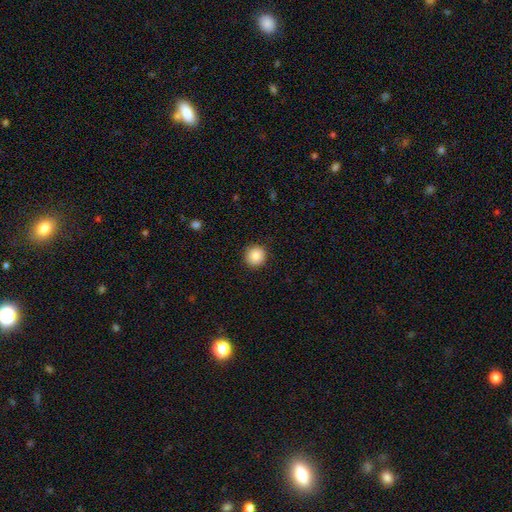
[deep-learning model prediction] Smooth or featured: smooth — 87% (star or artifact — 9%)
How rounded: round — 94% (in between — 5%)
Merging: none — 92% (minor disturbance — 6%)